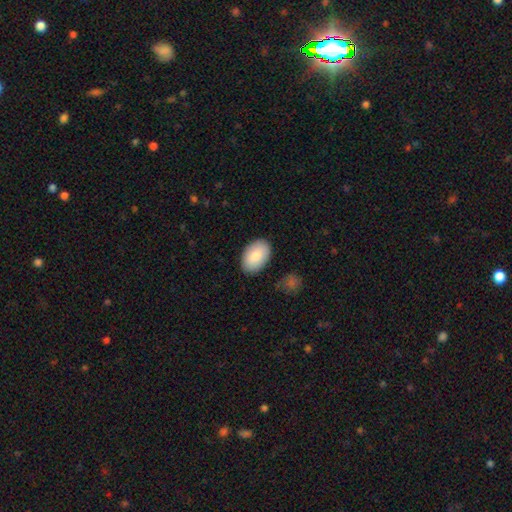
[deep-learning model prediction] The model was most divided on "merging": none: 86%, minor disturbance: 10%, major disturbance: 2%, merger: 2%. More confident: how rounded — in between (92%); smooth or featured — smooth (85%).